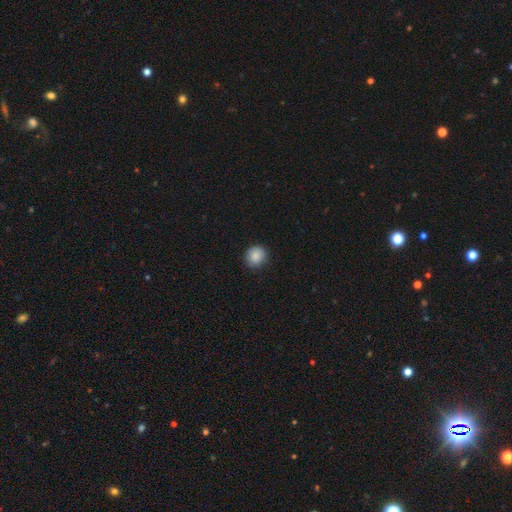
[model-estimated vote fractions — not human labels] Q: Smooth or featured?
A: smooth (87%); runner-up: star or artifact (8%)
Q: How rounded?
A: round (87%); runner-up: in between (12%)
Q: Merging?
A: none (84%); runner-up: minor disturbance (12%)